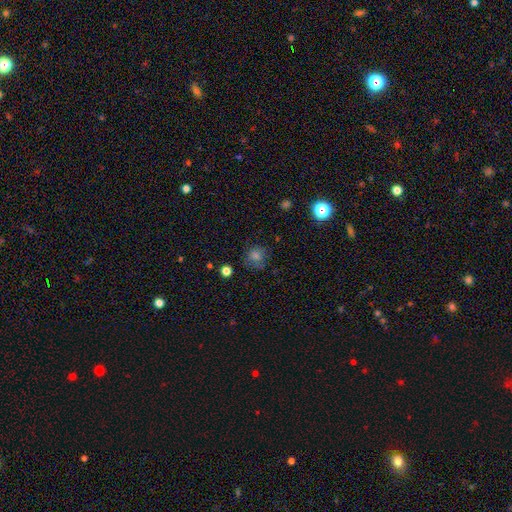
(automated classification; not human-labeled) Smooth or featured? Predicted: smooth (p=0.64). How rounded? Predicted: round (p=0.86). Merging? Predicted: none (p=0.73).